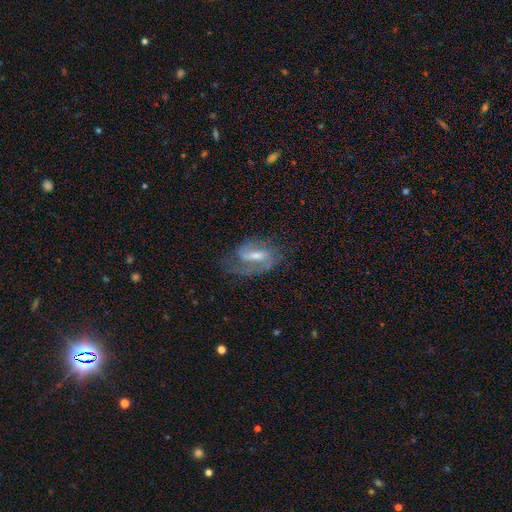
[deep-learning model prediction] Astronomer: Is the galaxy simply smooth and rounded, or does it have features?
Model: featured or disk — 79%.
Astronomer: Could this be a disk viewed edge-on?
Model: no — 94%.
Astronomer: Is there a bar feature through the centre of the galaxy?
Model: weak — 45% (runner-up: strong, 39%).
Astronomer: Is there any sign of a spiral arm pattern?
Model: yes — 91%.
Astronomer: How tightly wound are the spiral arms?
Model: medium — 48% (runner-up: loose, 28%).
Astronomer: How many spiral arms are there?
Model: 2 — 69%.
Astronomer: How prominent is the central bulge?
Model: moderate — 45% (runner-up: small, 43%).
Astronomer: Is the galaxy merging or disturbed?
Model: none — 60%.